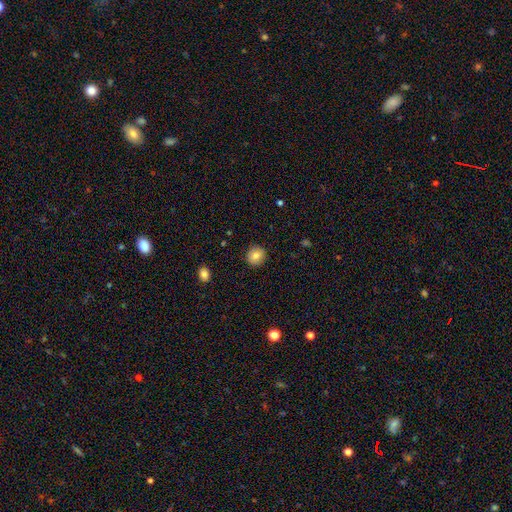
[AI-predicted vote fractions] The model was most divided on "smooth or featured": smooth: 83%, star or artifact: 9%, featured or disk: 8%. More confident: merging — none (91%); how rounded — round (88%).